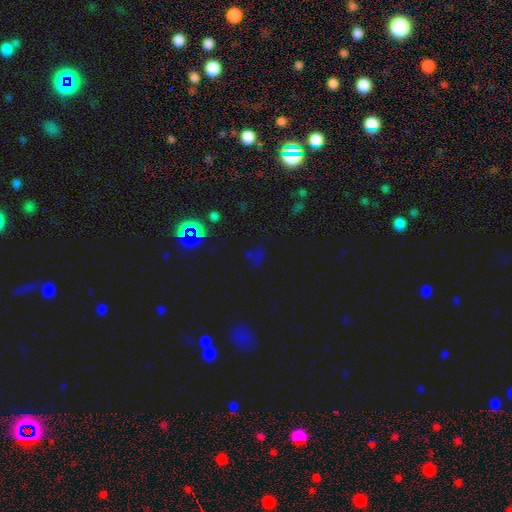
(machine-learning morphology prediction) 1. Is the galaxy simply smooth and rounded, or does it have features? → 69% star or artifact, 22% smooth, 8% featured or disk.